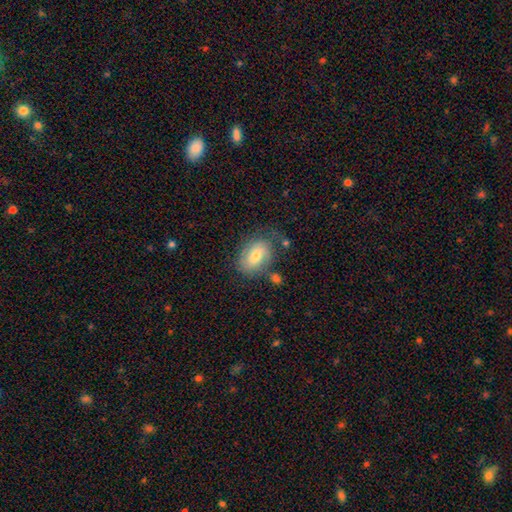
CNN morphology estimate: Overall: smooth (59%; featured or disk 33%). How rounded: in between (80%). Merging: none (63%).